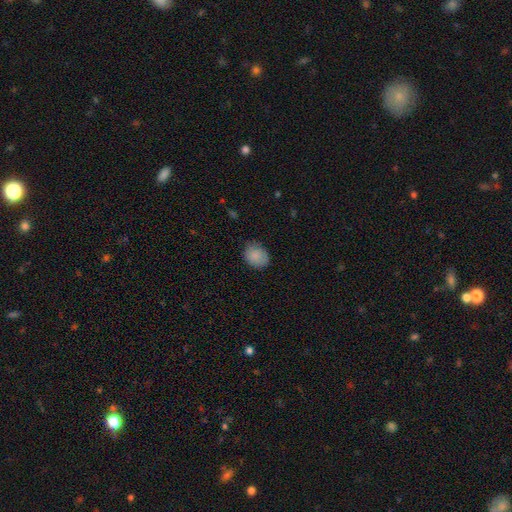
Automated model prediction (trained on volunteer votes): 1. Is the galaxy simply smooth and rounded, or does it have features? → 86% smooth, 8% star or artifact, 6% featured or disk.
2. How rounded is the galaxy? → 53% round, 46% in between, 1% cigar-shaped.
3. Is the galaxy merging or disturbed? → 78% none, 18% minor disturbance, 4% major disturbance, 1% merger.